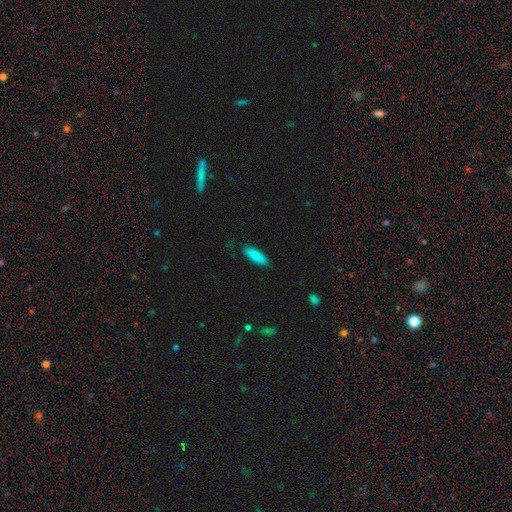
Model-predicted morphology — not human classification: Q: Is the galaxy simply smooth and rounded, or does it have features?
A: smooth — 85%.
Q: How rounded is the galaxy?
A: in between — 56%.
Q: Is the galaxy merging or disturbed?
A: none — 83%.